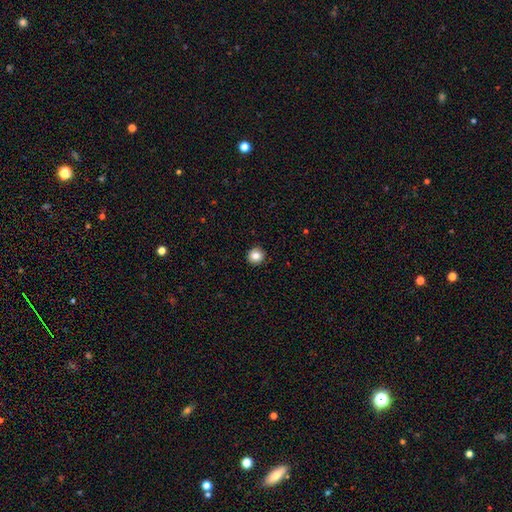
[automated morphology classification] This appears to be a smooth galaxy with no disk features (83%) that is round (93%). Merging: none (92%).